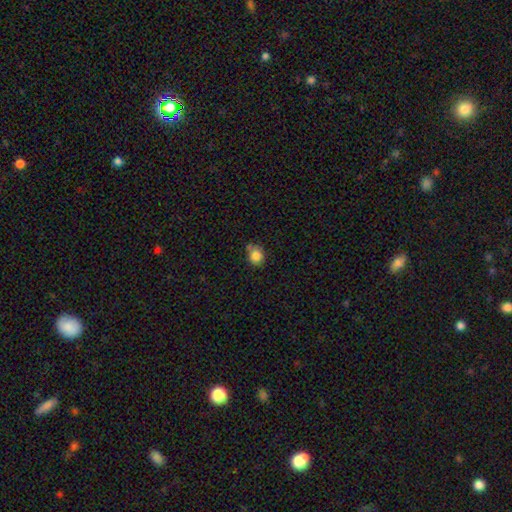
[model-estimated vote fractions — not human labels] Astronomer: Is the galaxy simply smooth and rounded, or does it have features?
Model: smooth — 85%.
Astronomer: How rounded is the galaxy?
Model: round — 72%.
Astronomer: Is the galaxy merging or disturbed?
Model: none — 61%.